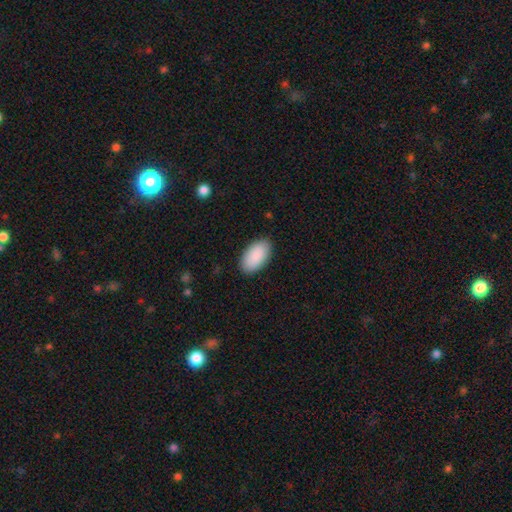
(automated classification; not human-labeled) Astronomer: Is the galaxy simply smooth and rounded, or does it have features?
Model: smooth — 91%.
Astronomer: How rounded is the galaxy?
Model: in between — 96%.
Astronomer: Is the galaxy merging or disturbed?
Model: none — 88%.